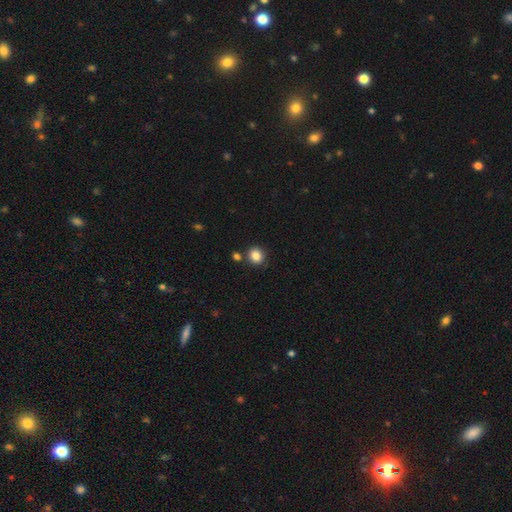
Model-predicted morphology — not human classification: A smooth galaxy with no disk features (85%) that is round (84%). Merging: none (80%).